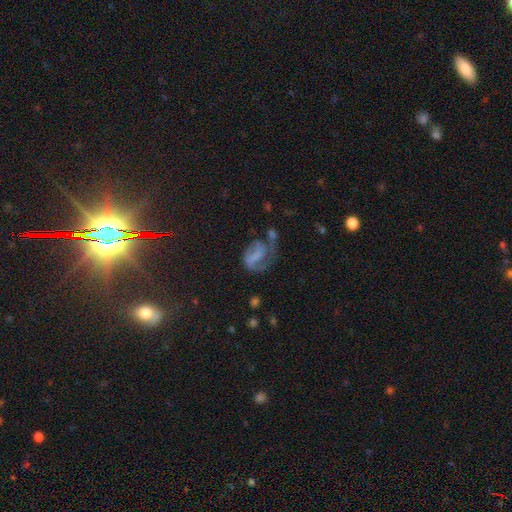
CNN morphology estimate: smooth_or_featured: featured or disk (p=0.55) [alt: smooth p=0.32]
disk_edge_on: no (p=0.97) [alt: yes p=0.03]
bar: no (p=0.40) [alt: weak p=0.36]
has_spiral_arms: yes (p=0.76) [alt: no p=0.24]
bulge_size: none (p=0.61) [alt: small p=0.18]
merging: major disturbance (p=0.39) [alt: none p=0.31]